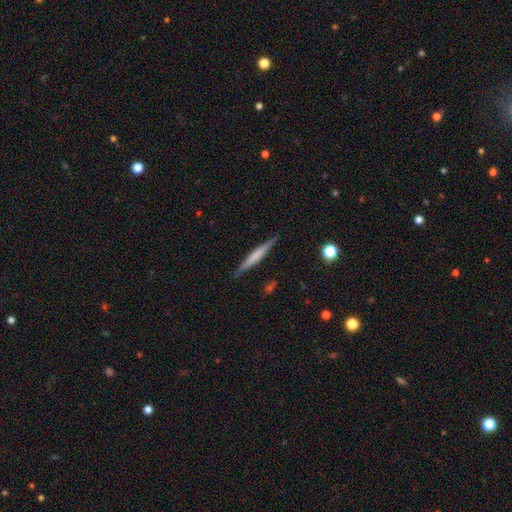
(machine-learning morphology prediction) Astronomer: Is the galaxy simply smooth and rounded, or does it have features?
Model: smooth — 50% (runner-up: featured or disk, 44%).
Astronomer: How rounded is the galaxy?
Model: cigar-shaped — 95%.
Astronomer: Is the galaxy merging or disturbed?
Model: none — 89%.